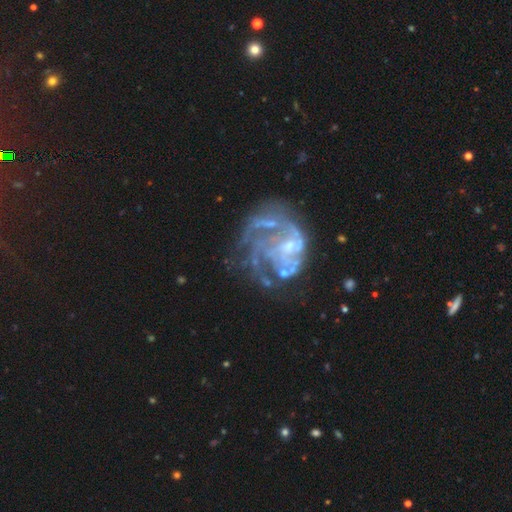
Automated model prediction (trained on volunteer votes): This appears to be a featured or disk galaxy (80%) with no bar (67%), tight (38%, tied with medium) spiral arms (68%) and a small central bulge (45%). Merging: major disturbance (38%).